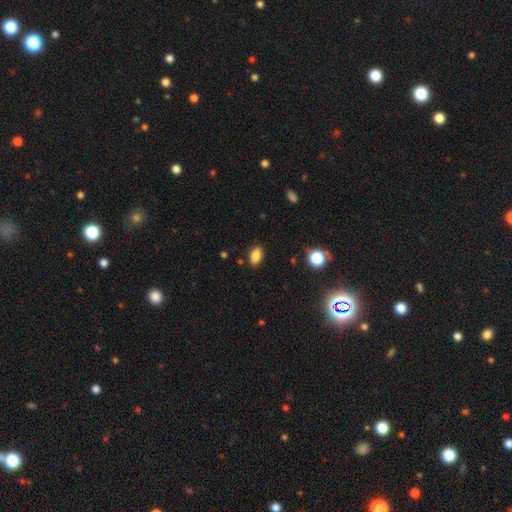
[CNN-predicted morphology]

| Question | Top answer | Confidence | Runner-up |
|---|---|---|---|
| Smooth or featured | smooth | 84% | star or artifact (10%) |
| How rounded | in between | 89% | round (7%) |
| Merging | none | 86% | minor disturbance (10%) |